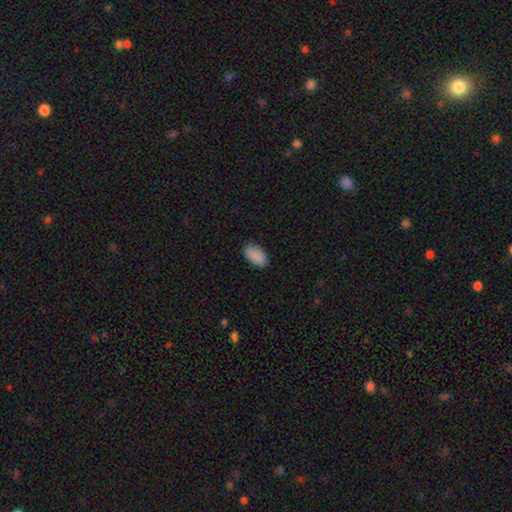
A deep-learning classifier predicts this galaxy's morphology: Smooth or featured? Predicted: smooth (p=0.89). How rounded? Predicted: in between (p=0.94). Merging? Predicted: none (p=0.85).